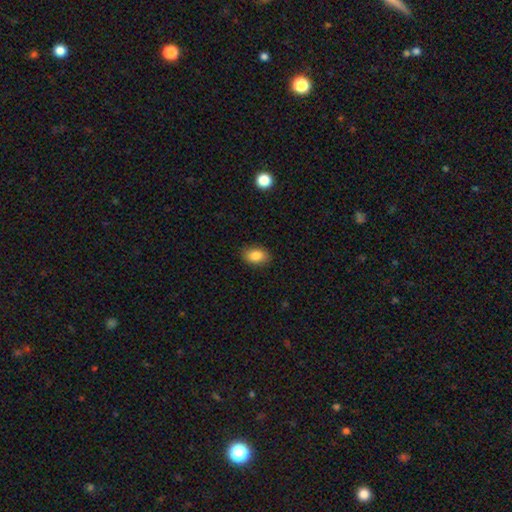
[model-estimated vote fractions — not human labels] Smooth or featured?
  - smooth: 85% *
  - star or artifact: 8%
  - featured or disk: 7%
How rounded?
  - in between: 82% *
  - round: 16%
  - cigar-shaped: 1%
Merging?
  - none: 85% *
  - minor disturbance: 11%
  - major disturbance: 3%
  - merger: 1%